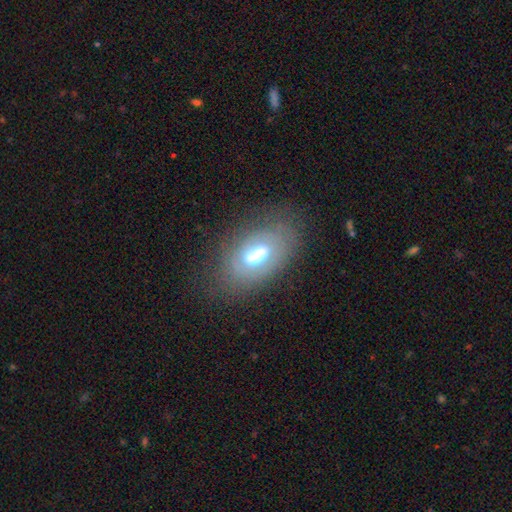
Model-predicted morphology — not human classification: type=smooth (45%); merging=none (67%).